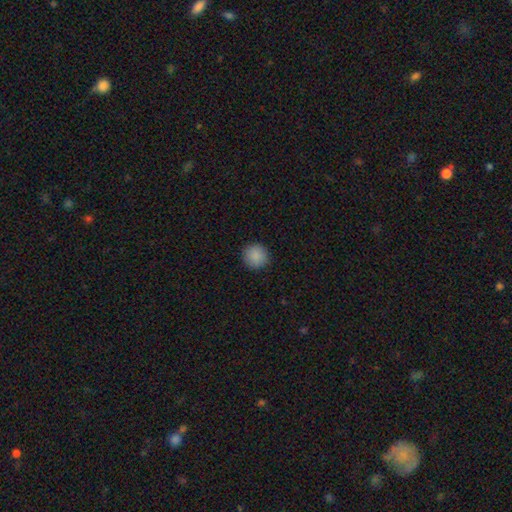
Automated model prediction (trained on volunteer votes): Smooth or featured: smooth — 89% (star or artifact — 8%)
How rounded: round — 95% (in between — 4%)
Merging: none — 92% (minor disturbance — 6%)